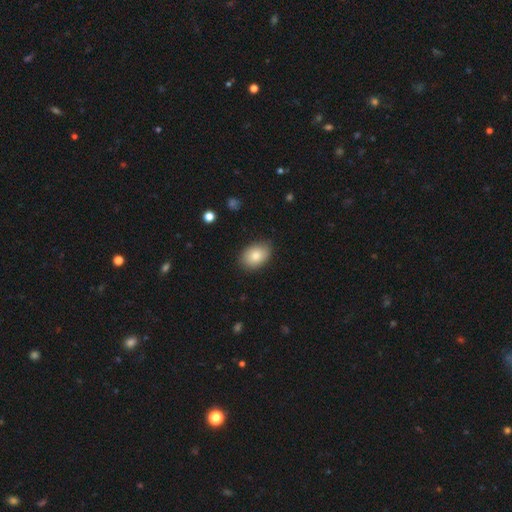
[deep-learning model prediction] smooth_or_featured: smooth (p=0.82) [alt: featured or disk p=0.11]
how_rounded: in between (p=0.82) [alt: round p=0.17]
merging: none (p=0.85) [alt: minor disturbance p=0.12]